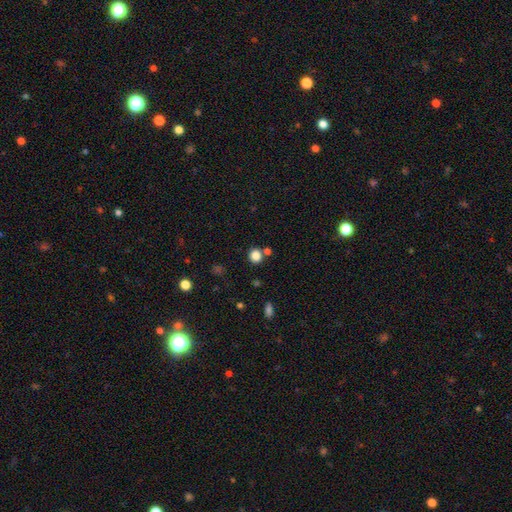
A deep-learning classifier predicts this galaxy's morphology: A smooth galaxy with no disk features (84%) that is round (83%). Merging: none (74%).